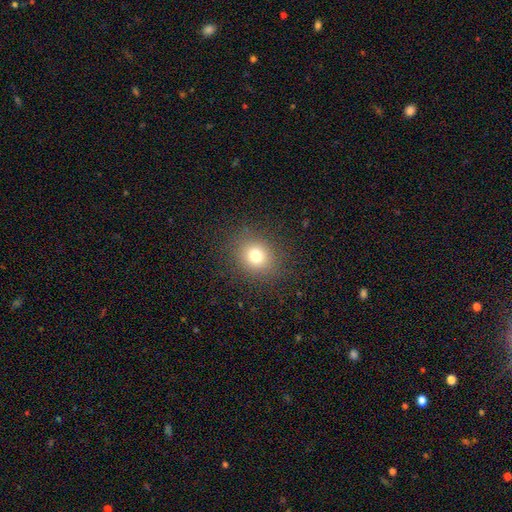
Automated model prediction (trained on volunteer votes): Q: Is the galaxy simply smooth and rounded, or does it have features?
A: smooth — 76%.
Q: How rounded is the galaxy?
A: round — 74%.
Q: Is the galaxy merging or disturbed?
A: none — 87%.